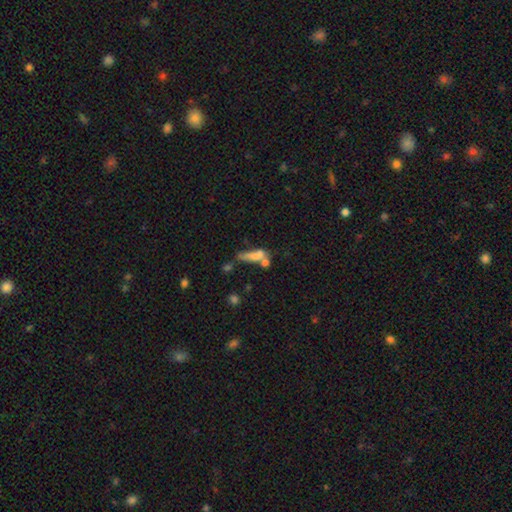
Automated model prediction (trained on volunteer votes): Smooth or featured? Predicted: smooth (p=0.62). How rounded? Predicted: cigar-shaped (p=0.54). Merging? Predicted: merger (p=0.39).